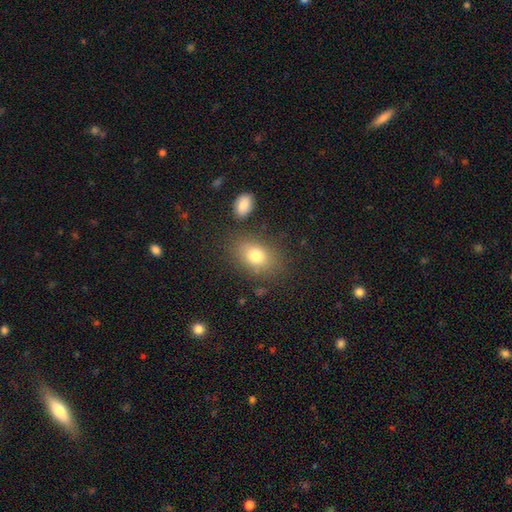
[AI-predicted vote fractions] Morphology: type=smooth (78%); roundness=in between (77%); merging=none (76%).